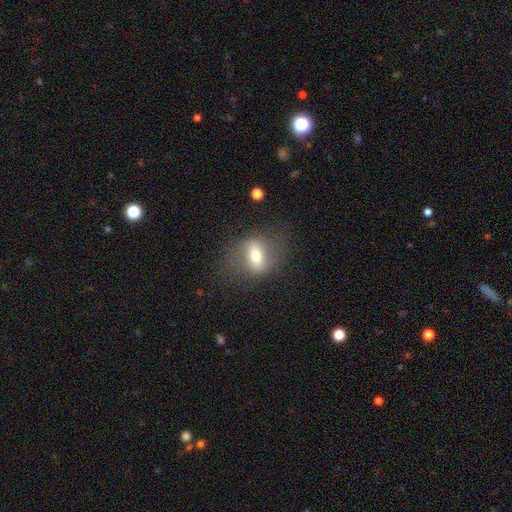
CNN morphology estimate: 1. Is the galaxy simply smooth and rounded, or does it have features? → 52% smooth, 38% featured or disk, 10% star or artifact.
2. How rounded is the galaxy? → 68% in between, 23% round, 9% cigar-shaped.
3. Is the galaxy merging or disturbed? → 71% none, 16% minor disturbance, 11% major disturbance, 2% merger.